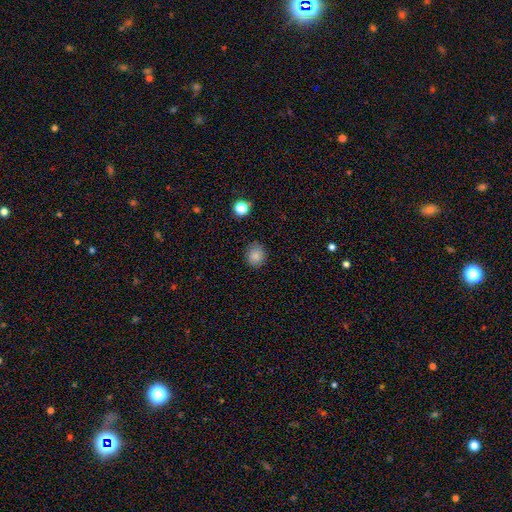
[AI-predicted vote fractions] Smooth or featured: smooth — 85% (star or artifact — 11%)
How rounded: round — 74% (in between — 25%)
Merging: none — 84% (minor disturbance — 12%)